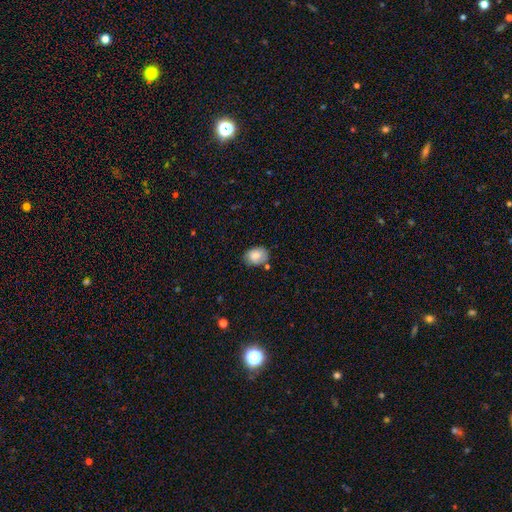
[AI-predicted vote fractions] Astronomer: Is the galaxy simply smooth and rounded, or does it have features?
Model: smooth — 81%.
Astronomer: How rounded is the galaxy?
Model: in between — 69%.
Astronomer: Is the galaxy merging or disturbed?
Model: none — 68%.